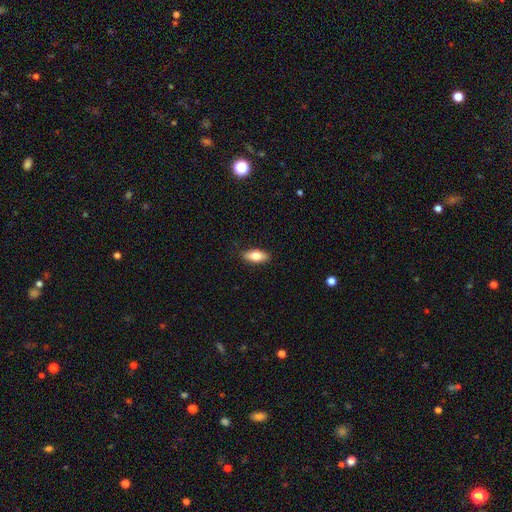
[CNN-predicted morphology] Smooth or featured? Predicted: smooth (p=0.77). How rounded? Predicted: in between (p=0.83). Merging? Predicted: none (p=0.89).